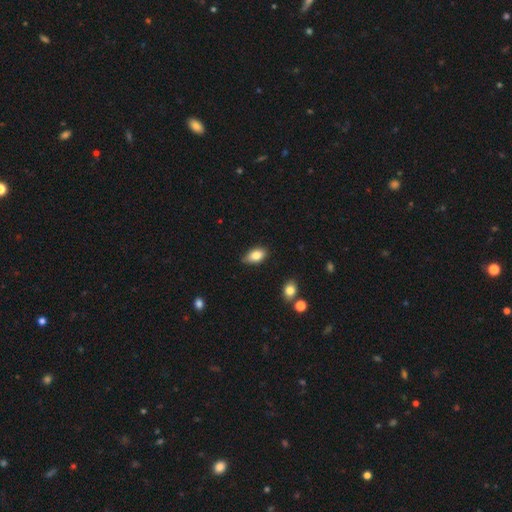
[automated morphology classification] Smooth or featured: smooth — 82% (featured or disk — 10%)
How rounded: in between — 90% (round — 7%)
Merging: none — 73% (minor disturbance — 22%)